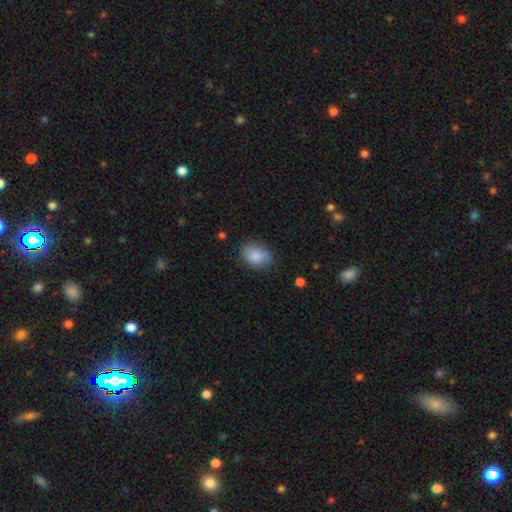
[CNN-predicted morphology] smooth-or-featured: smooth: 83% | featured or disk: 10% | star or artifact: 7%
  how-rounded: in between: 74% | round: 25% | cigar-shaped: 1%
  merging: none: 75% | minor disturbance: 19% | major disturbance: 4% | merger: 2%